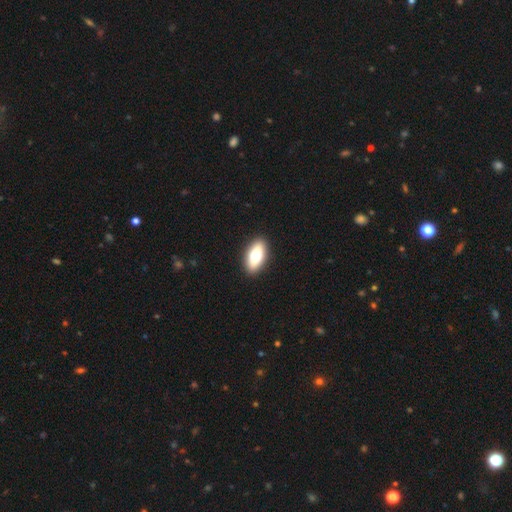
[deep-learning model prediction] Smooth or featured? smooth (70%)
How rounded? in between (84%)
Merging? none (91%)